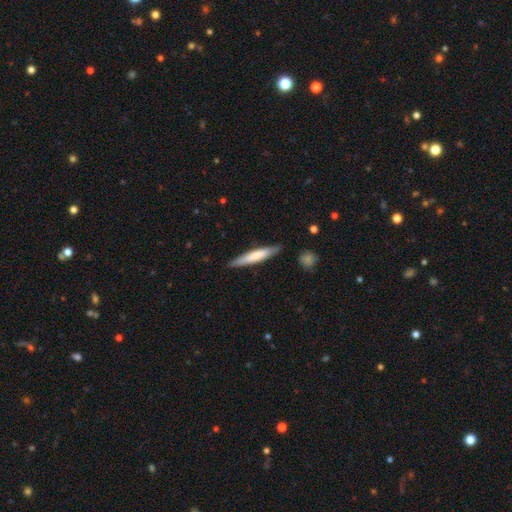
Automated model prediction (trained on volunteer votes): A smooth galaxy with no disk features (65%) that is cigar-shaped (91%). Merging: none (86%).